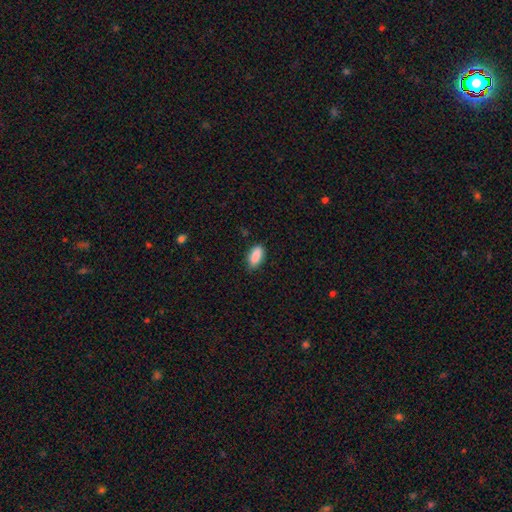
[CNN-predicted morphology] A smooth galaxy with no disk features (89%) that is in between round and cigar-shaped (89%). Merging: none (82%).